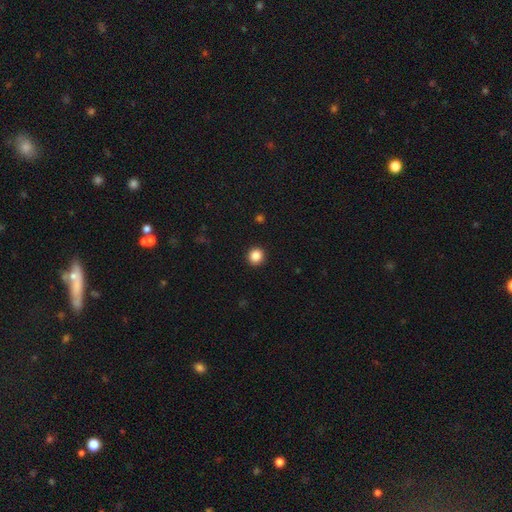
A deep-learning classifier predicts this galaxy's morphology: smooth 87%, star or artifact 10%, featured or disk 3%. Down the decision tree: how rounded — round (89%); merging — none (92%).